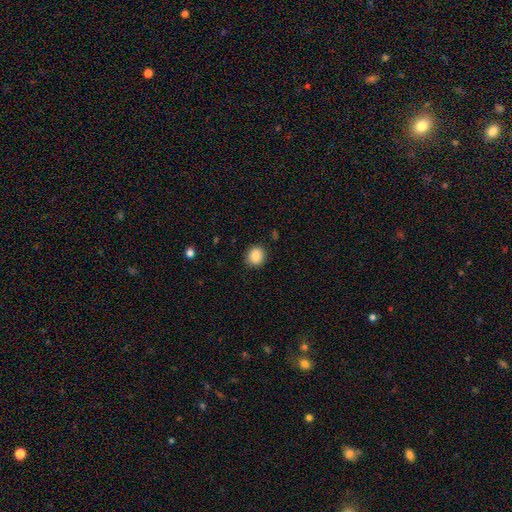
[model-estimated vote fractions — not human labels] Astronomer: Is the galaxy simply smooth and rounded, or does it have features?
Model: smooth — 87%.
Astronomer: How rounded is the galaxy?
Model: round — 82%.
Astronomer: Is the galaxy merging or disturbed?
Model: none — 88%.